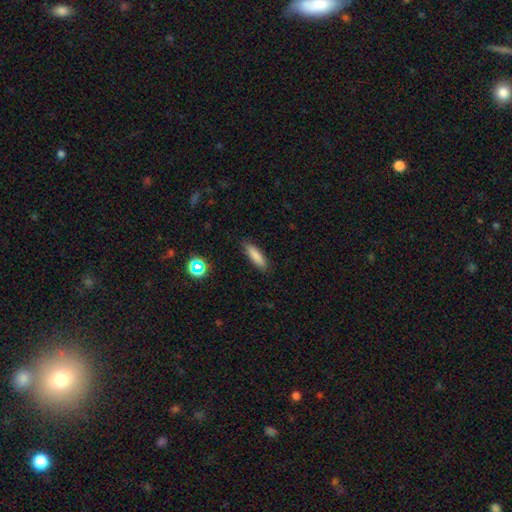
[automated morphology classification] A smooth galaxy with no disk features (84%) that is cigar-shaped (63%).

Vote fractions:
- Smooth or featured? smooth: 84% / star or artifact: 9% / featured or disk: 8%
- How rounded? cigar-shaped: 63% / in between: 35% / round: 2%
- Merging? none: 87% / minor disturbance: 10% / major disturbance: 2% / merger: 1%